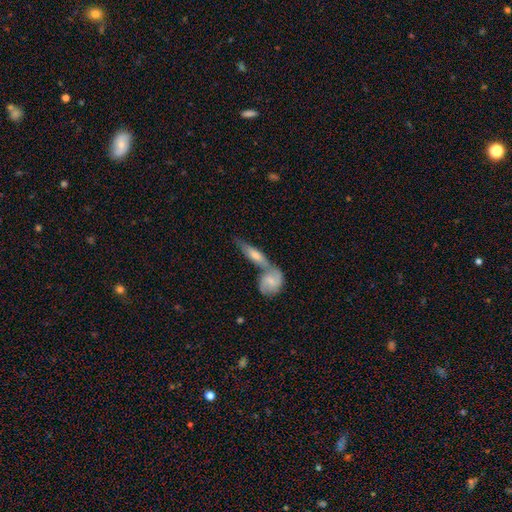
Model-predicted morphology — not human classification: Smooth or featured? featured or disk (61%)
Edge-on disk? yes (58%)
Merging? merger (47%)